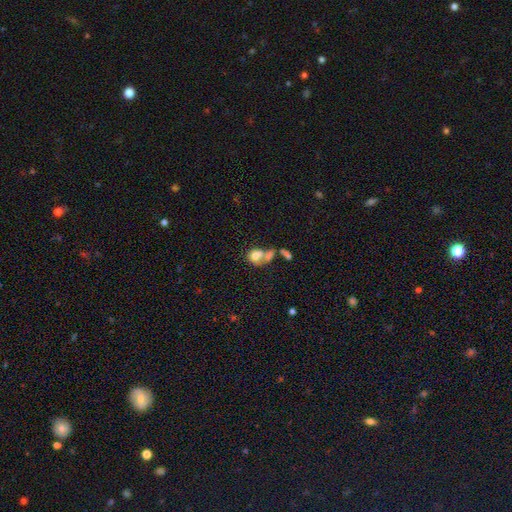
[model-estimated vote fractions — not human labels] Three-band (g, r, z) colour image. It shows a smooth galaxy with no disk features (68%) that is round (59%). Merging: merger (57%).